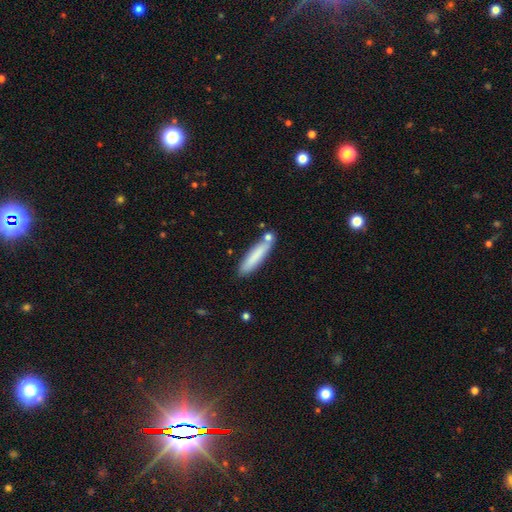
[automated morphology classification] type=smooth (80%); roundness=cigar-shaped (83%); merging=none (75%).